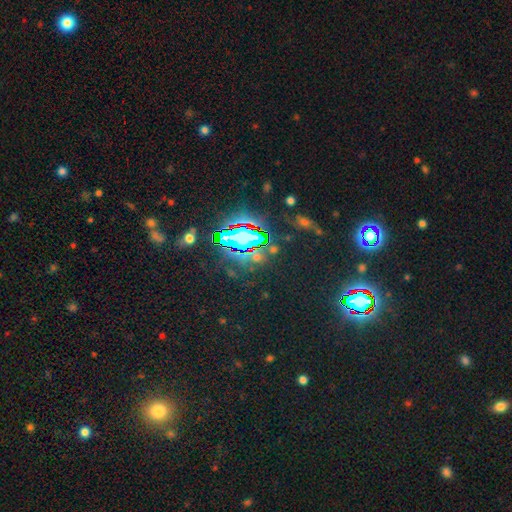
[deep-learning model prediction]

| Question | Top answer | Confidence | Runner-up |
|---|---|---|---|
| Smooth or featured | star or artifact | 73% | smooth (16%) |